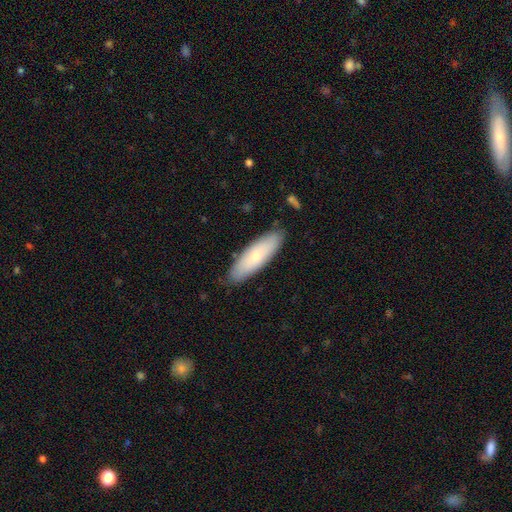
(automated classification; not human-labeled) smooth-or-featured: smooth: 66% | featured or disk: 28% | star or artifact: 6%
  how-rounded: cigar-shaped: 52% | in between: 46% | round: 2%
  merging: none: 85% | minor disturbance: 12% | major disturbance: 2% | merger: 1%